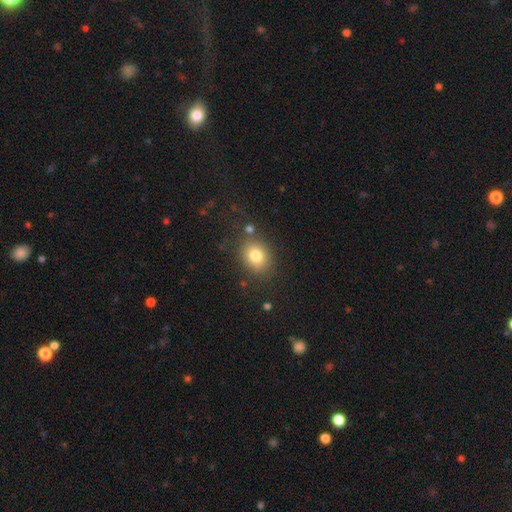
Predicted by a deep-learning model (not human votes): smooth_or_featured: smooth (p=0.79) [alt: star or artifact p=0.11]
how_rounded: round (p=0.56) [alt: in between p=0.43]
merging: none (p=0.80) [alt: minor disturbance p=0.12]